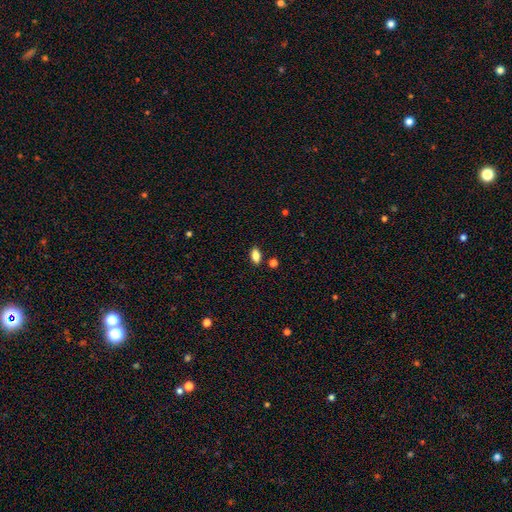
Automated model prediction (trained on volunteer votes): Morphology: type=smooth (84%); roundness=in between (89%); merging=none (85%).